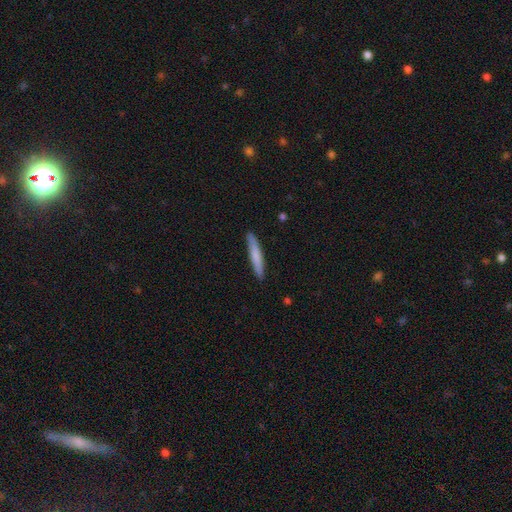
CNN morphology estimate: A smooth galaxy with no disk features (73%) that is cigar-shaped (94%).

Vote fractions:
- Smooth or featured? smooth: 73% / featured or disk: 22% / star or artifact: 5%
- How rounded? cigar-shaped: 94% / in between: 5% / round: 1%
- Merging? none: 89% / minor disturbance: 8% / major disturbance: 1% / merger: 1%